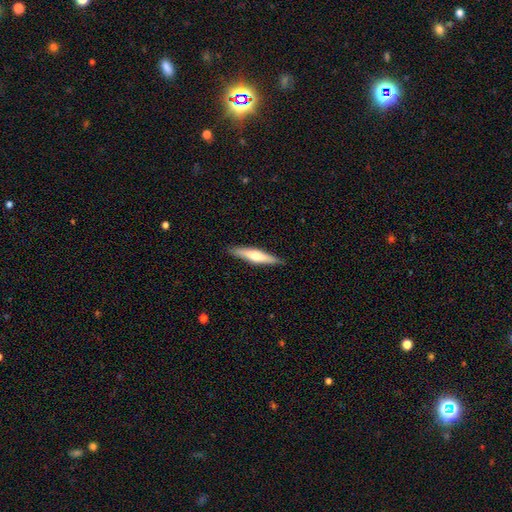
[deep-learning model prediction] A smooth galaxy with no disk features (49%).

Vote fractions:
- Smooth or featured? smooth: 49% / featured or disk: 46% / star or artifact: 5%
- Merging? none: 90% / minor disturbance: 8% / major disturbance: 2% / merger: 1%